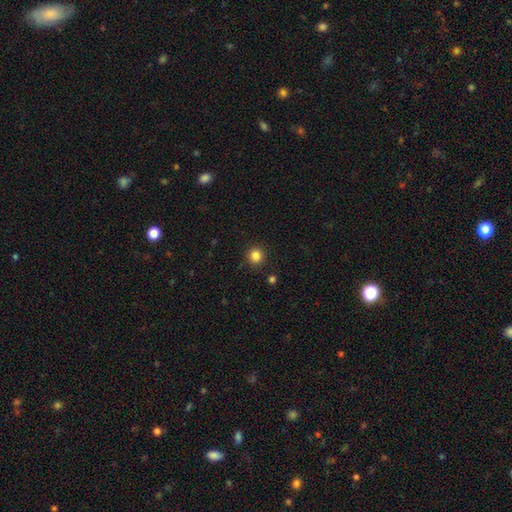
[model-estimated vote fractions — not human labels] Smooth or featured: smooth — 84% (star or artifact — 12%)
How rounded: round — 94% (in between — 5%)
Merging: none — 91% (minor disturbance — 6%)